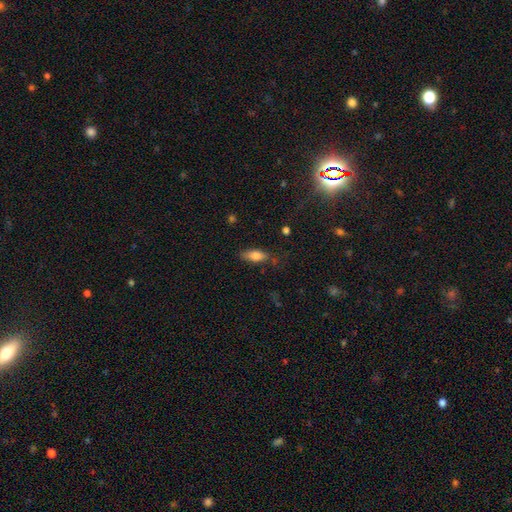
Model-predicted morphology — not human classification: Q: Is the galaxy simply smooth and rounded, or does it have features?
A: smooth — 77%.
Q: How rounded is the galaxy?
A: in between — 74%.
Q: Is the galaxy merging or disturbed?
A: none — 74%.